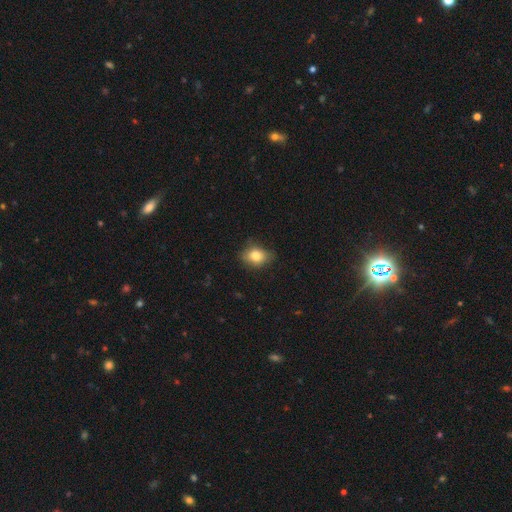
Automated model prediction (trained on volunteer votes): This appears to be a smooth galaxy with no disk features (80%) that is in between round and cigar-shaped (66%). Merging: none (75%).